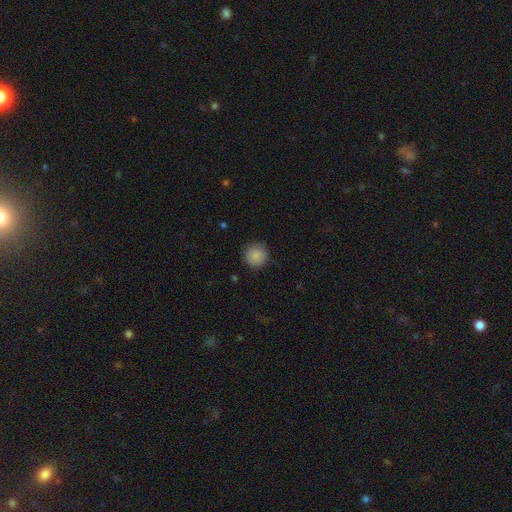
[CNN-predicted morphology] Overall: smooth (88%). How rounded: round (95%). Merging: none (88%).